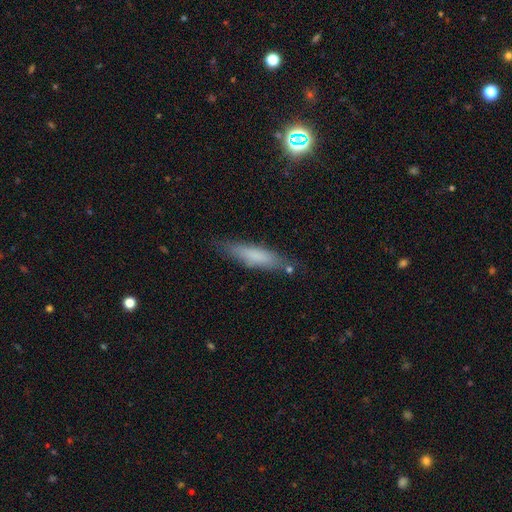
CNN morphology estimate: A smooth galaxy with no disk features (71%) that is cigar-shaped (78%).

Vote fractions:
- Smooth or featured? smooth: 71% / featured or disk: 20% / star or artifact: 8%
- How rounded? cigar-shaped: 78% / in between: 21% / round: 2%
- Merging? none: 77% / minor disturbance: 16% / major disturbance: 4% / merger: 3%